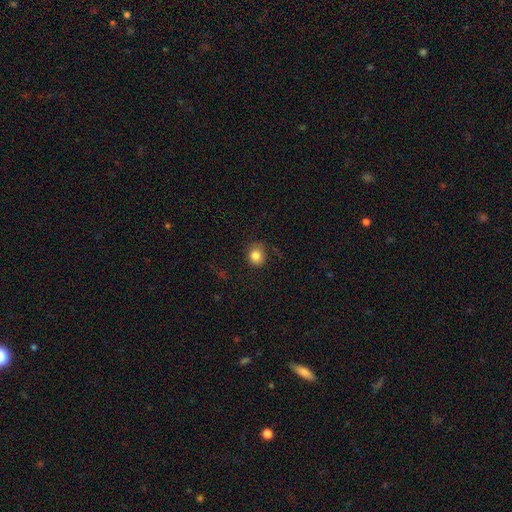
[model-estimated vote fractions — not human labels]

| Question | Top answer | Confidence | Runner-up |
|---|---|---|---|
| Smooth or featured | smooth | 83% | star or artifact (11%) |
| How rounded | round | 80% | in between (20%) |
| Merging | none | 78% | minor disturbance (16%) |